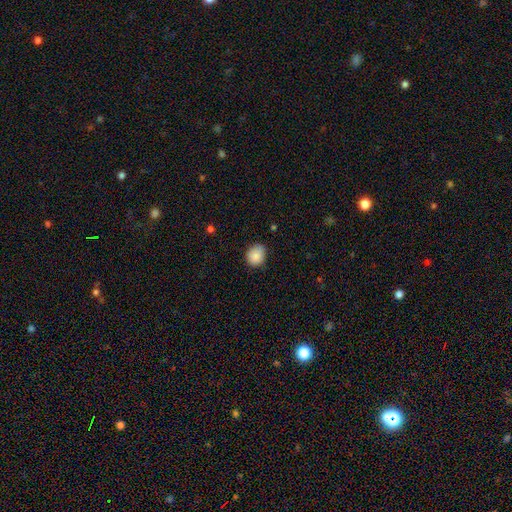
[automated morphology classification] smooth-or-featured: smooth: 87% | star or artifact: 9% | featured or disk: 4%
  how-rounded: round: 65% | in between: 34% | cigar-shaped: 1%
  merging: none: 73% | minor disturbance: 23% | major disturbance: 3% | merger: 1%